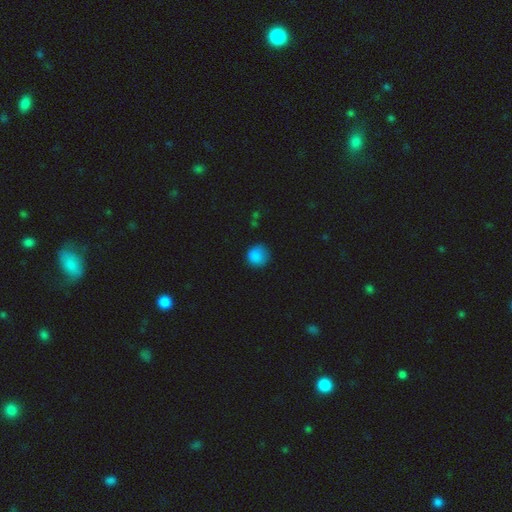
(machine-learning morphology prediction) Smooth or featured: smooth — 85% (star or artifact — 10%)
How rounded: round — 88% (in between — 11%)
Merging: none — 74% (minor disturbance — 19%)